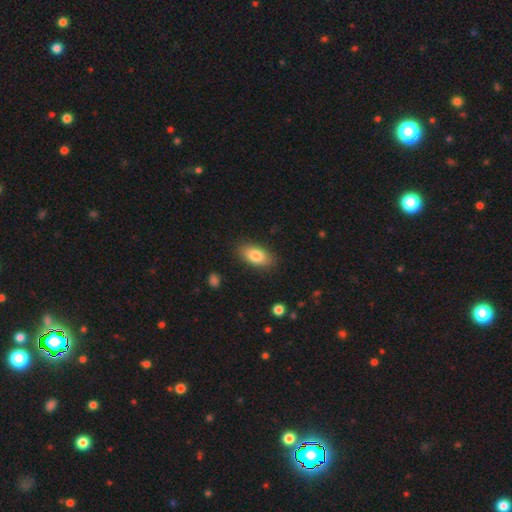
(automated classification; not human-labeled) This is clearly a smooth galaxy (81%). How rounded: clearly in between (89%). Merging: clearly none (86%).